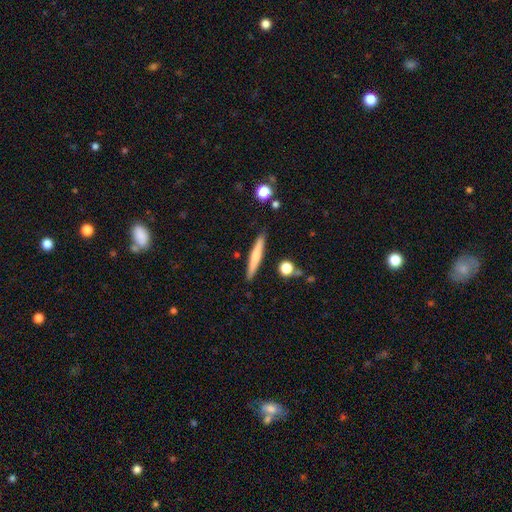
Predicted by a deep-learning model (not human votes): Morphology: type=smooth (62%); roundness=cigar-shaped (94%); merging=none (88%).